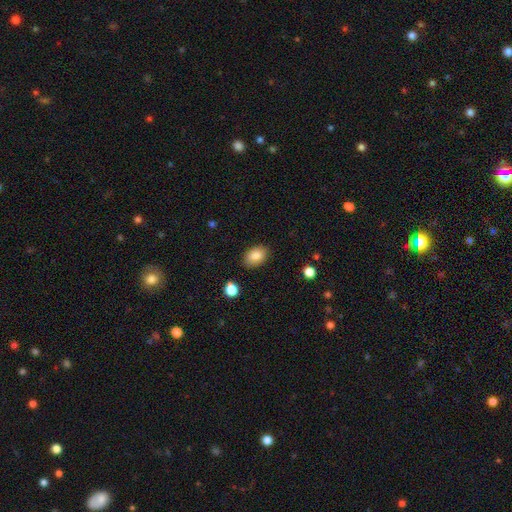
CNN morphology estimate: The model was most divided on "merging": none: 84%, minor disturbance: 11%, major disturbance: 3%, merger: 1%. More confident: how rounded — in between (86%); smooth or featured — smooth (86%).